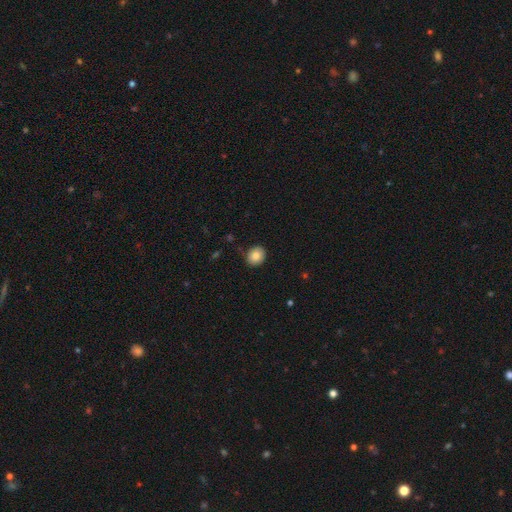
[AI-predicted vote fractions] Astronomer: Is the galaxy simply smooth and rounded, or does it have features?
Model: smooth — 83%.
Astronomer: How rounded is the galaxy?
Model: round — 71%.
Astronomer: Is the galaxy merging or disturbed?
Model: none — 86%.